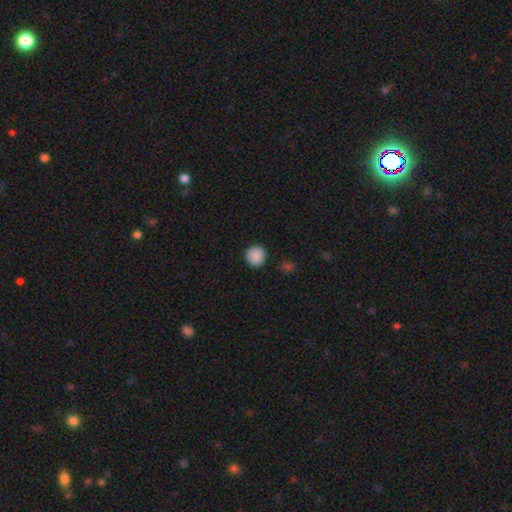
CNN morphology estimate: Overall: smooth (89%). How rounded: round (93%). Merging: none (91%).